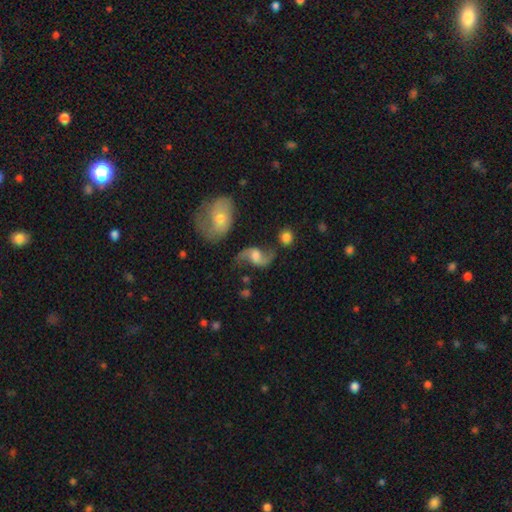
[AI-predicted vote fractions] Smooth or featured: featured or disk — 85% (smooth — 9%)
Edge-on disk: no — 97% (yes — 3%)
Bar: no — 47% (weak — 43%)
Spiral arms: yes — 96% (no — 4%)
Spiral winding: loose — 83% (medium — 14%)
Spiral arm count: 2 — 94% (1 — 2%)
Bulge size: moderate — 43% (small — 21%)
Merging: none — 66% (minor disturbance — 16%)